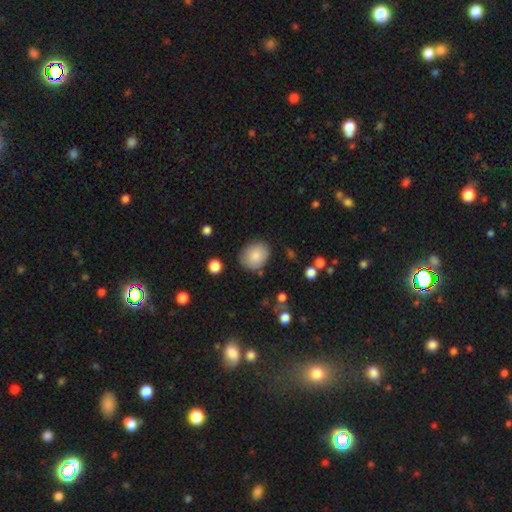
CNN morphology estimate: type=smooth (85%); roundness=round (55%); merging=none (79%).